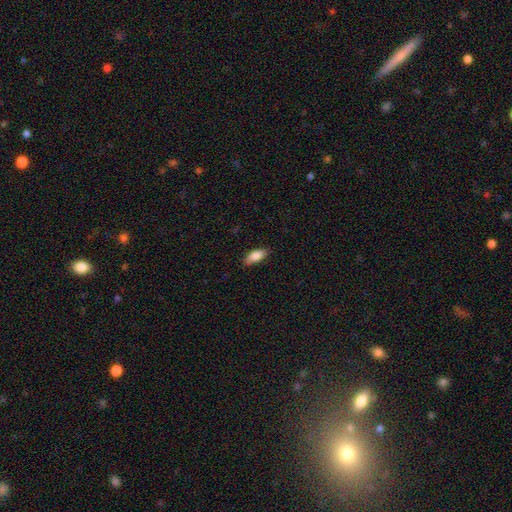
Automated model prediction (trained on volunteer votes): Q: Smooth or featured?
A: smooth (86%); runner-up: featured or disk (8%)
Q: How rounded?
A: in between (86%); runner-up: cigar-shaped (12%)
Q: Merging?
A: none (80%); runner-up: minor disturbance (17%)